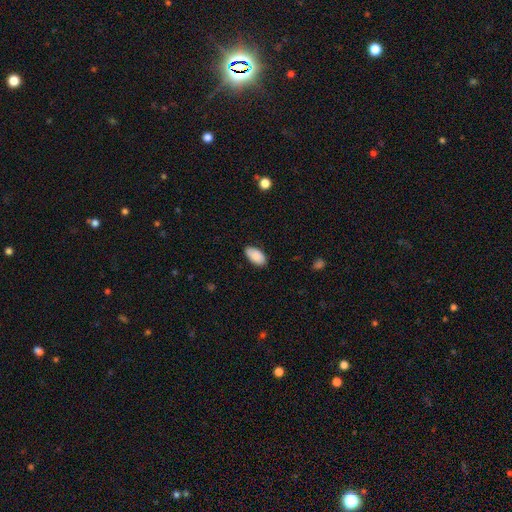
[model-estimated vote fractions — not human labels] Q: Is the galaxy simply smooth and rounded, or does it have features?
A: smooth — 90%.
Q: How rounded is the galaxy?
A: in between — 95%.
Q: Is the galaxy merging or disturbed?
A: none — 84%.